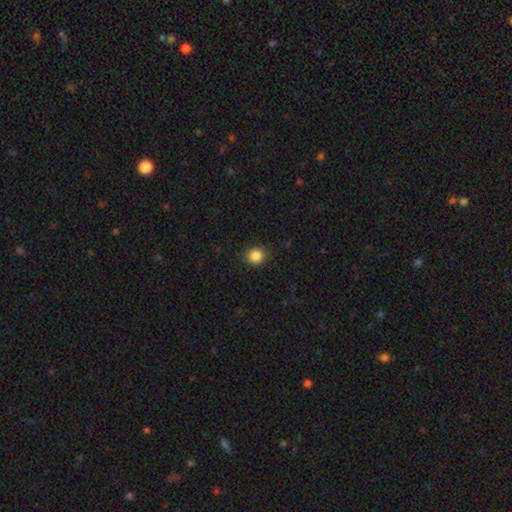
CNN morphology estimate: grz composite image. It shows a smooth galaxy with no disk features (86%) that is round (86%). Merging: none (90%).